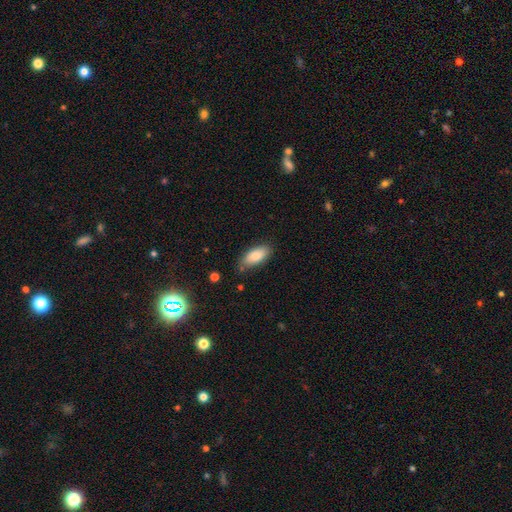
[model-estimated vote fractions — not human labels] A smooth galaxy with no disk features (82%) that is in between round and cigar-shaped (88%). Merging: none (76%).